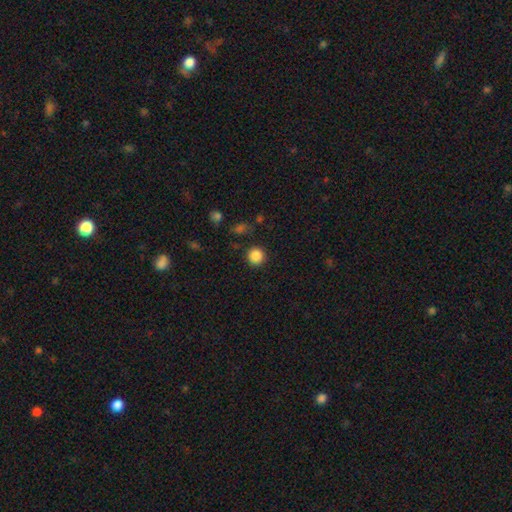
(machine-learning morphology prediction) Smooth or featured: smooth — 86% (star or artifact — 10%)
How rounded: round — 94% (in between — 5%)
Merging: none — 89% (minor disturbance — 6%)